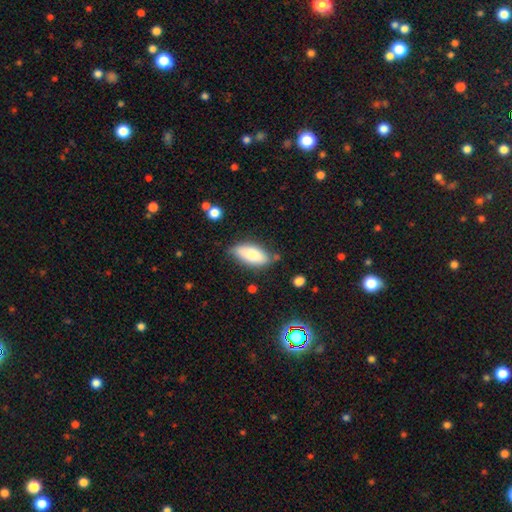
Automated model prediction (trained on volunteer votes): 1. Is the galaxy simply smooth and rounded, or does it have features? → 77% smooth, 16% featured or disk, 7% star or artifact.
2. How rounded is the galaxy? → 84% in between, 14% cigar-shaped, 2% round.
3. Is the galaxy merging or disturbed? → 70% none, 22% minor disturbance, 4% major disturbance, 4% merger.